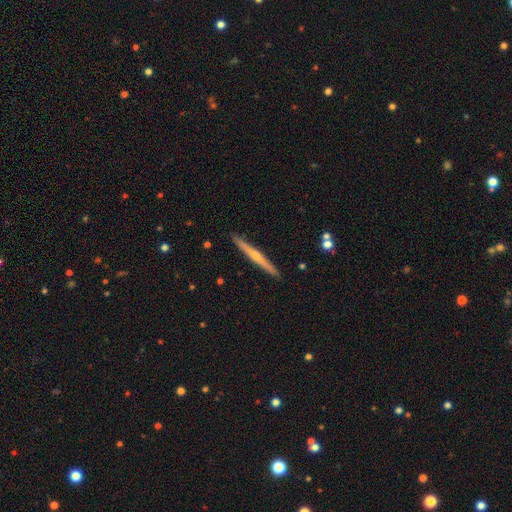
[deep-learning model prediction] smooth-or-featured: featured or disk: 68% | smooth: 26% | star or artifact: 6%
  disk-edge-on: yes: 98% | no: 2%
    edge-on-bulge: rounded: 77% | none: 20% | boxy: 3%
  merging: none: 92% | minor disturbance: 6% | major disturbance: 1% | merger: 1%